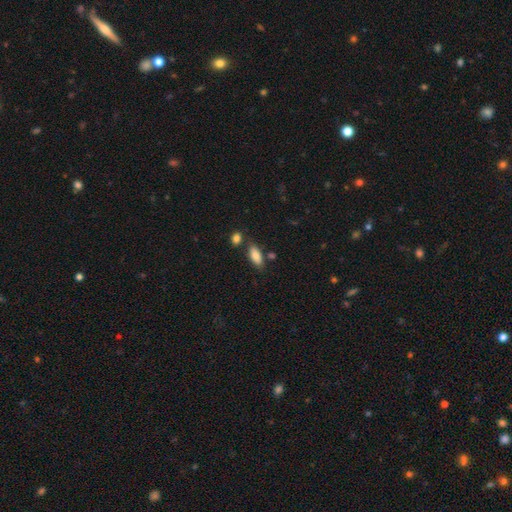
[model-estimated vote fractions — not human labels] Overall: smooth (84%). How rounded: in between (82%). Merging: none (72%).